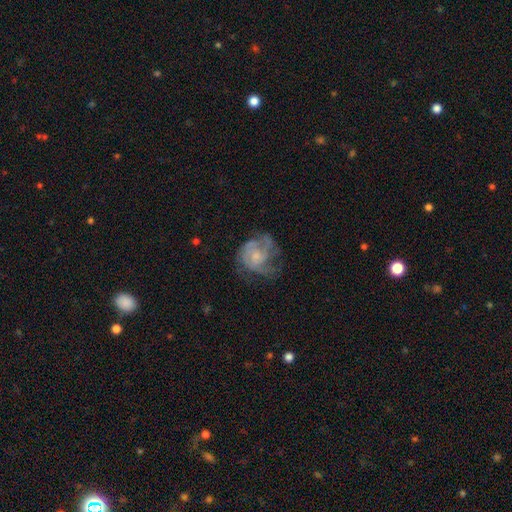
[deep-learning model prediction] Morphology: type=featured or disk (68%); edge-on=no (98%); bar=no (76%); spiral arms=yes (80%); winding=tight (45%); arm count=can't tell (36%); bulge=small (46%); merging=none (46%).